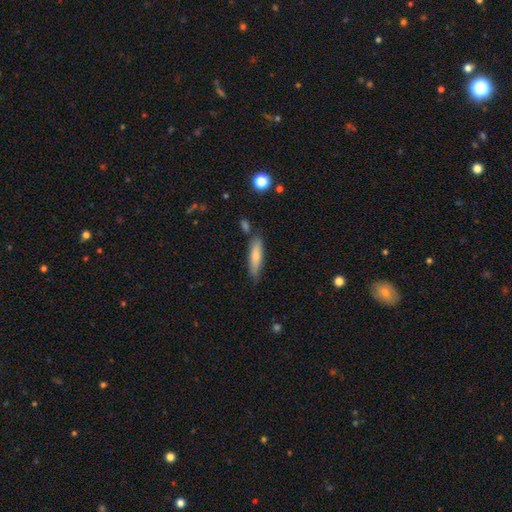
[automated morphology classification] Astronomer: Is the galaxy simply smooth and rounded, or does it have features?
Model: smooth — 76%.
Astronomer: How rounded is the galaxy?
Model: cigar-shaped — 72%.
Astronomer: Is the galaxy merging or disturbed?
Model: none — 74%.